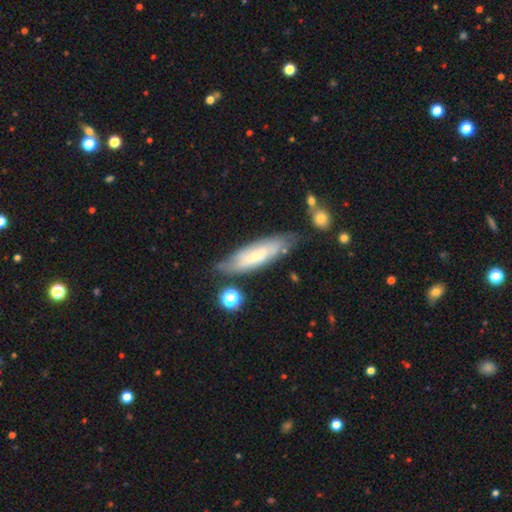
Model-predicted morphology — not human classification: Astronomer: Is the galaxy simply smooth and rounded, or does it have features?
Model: featured or disk — 49% (runner-up: smooth, 44%).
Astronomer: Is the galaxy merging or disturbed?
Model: none — 70%.